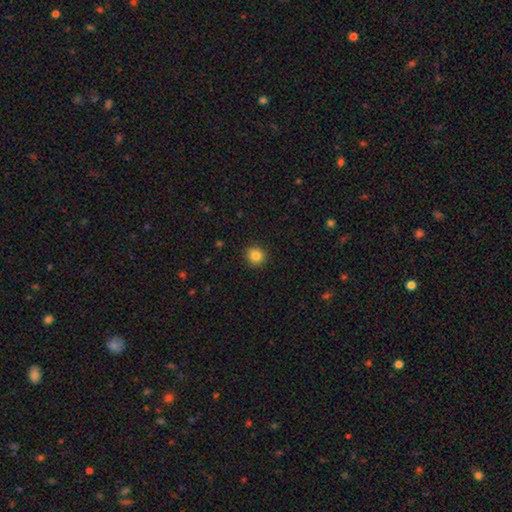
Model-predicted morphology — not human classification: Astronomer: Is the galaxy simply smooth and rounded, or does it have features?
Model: smooth — 84%.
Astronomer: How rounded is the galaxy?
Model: round — 92%.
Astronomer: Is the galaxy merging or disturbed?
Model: none — 92%.